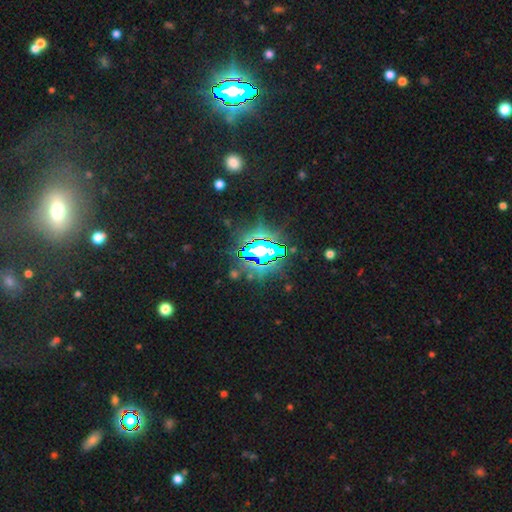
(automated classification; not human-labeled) Smooth or featured: star or artifact — 81% (smooth — 11%)